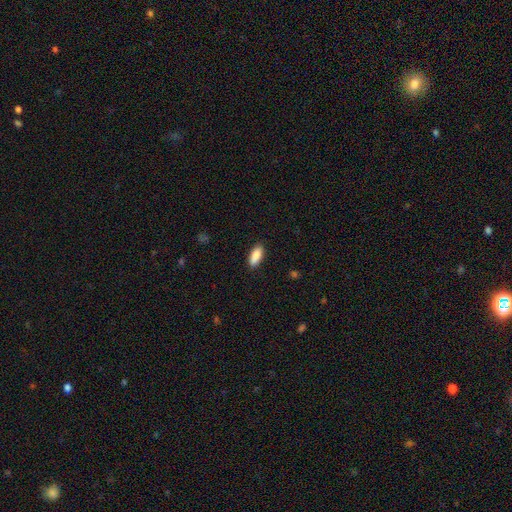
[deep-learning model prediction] The model was most divided on "how rounded": in between: 80%, cigar-shaped: 19%, round: 2%. More confident: smooth or featured — smooth (89%); merging — none (88%).